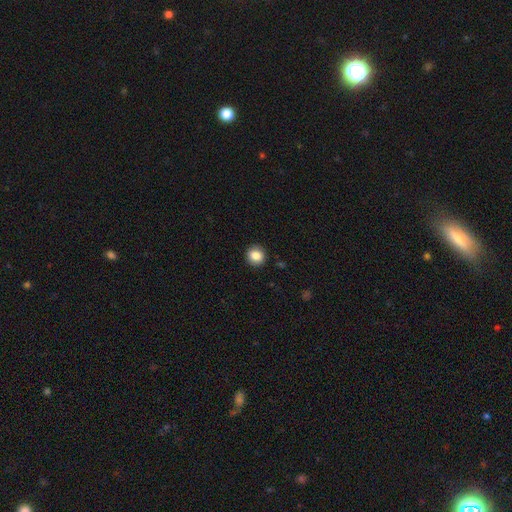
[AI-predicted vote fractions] This appears to be a smooth galaxy with no disk features (86%) that is round (84%). Merging: none (91%).